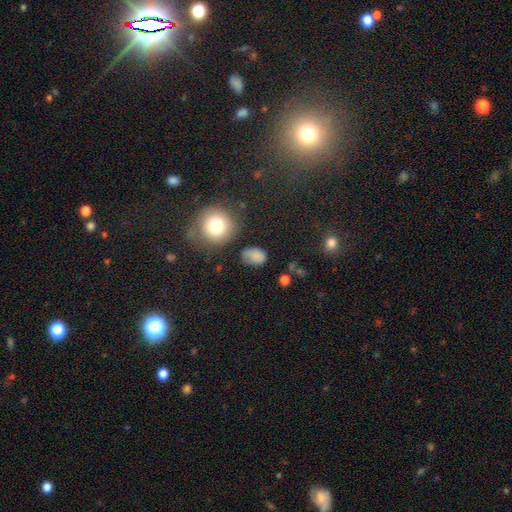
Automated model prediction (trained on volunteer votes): Smooth or featured? Predicted: smooth (p=0.80). How rounded? Predicted: in between (p=0.73). Merging? Predicted: none (p=0.71).